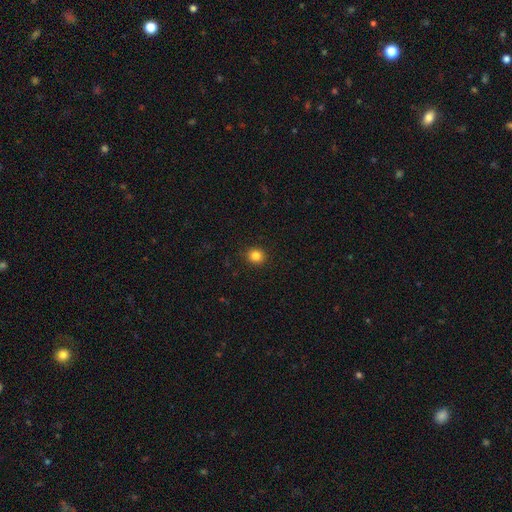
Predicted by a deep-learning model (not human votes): Q: Smooth or featured?
A: smooth (84%); runner-up: star or artifact (11%)
Q: How rounded?
A: round (86%); runner-up: in between (13%)
Q: Merging?
A: none (91%); runner-up: minor disturbance (6%)